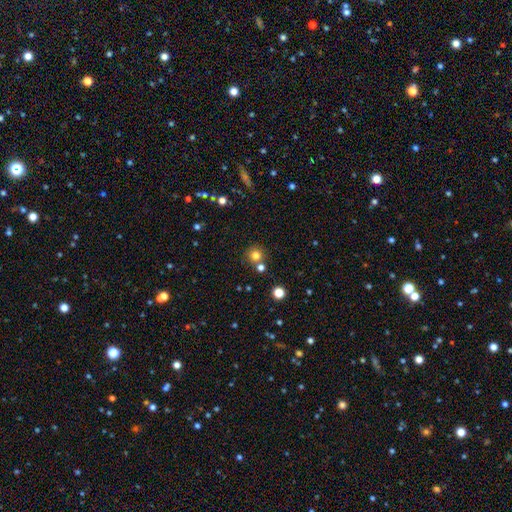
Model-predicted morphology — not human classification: smooth 78%, star or artifact 15%, featured or disk 7%. Down the decision tree: how rounded — round (93%); merging — none (73%).